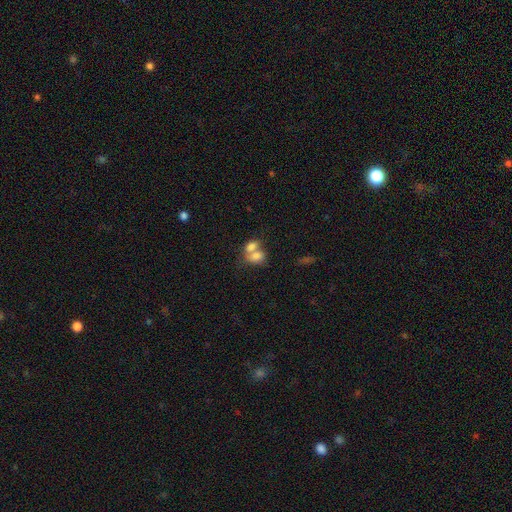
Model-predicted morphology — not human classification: This is likely a smooth galaxy (75%). How rounded: likely in between (78%). Merging: likely merger (69%).